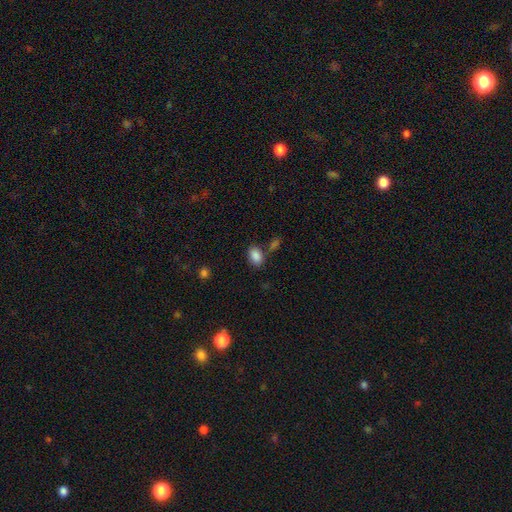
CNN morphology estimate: A smooth galaxy with no disk features (87%) that is in between round and cigar-shaped (85%).

Vote fractions:
- Smooth or featured? smooth: 87% / star or artifact: 9% / featured or disk: 4%
- How rounded? in between: 85% / round: 14% / cigar-shaped: 1%
- Merging? none: 69% / minor disturbance: 14% / merger: 12% / major disturbance: 4%